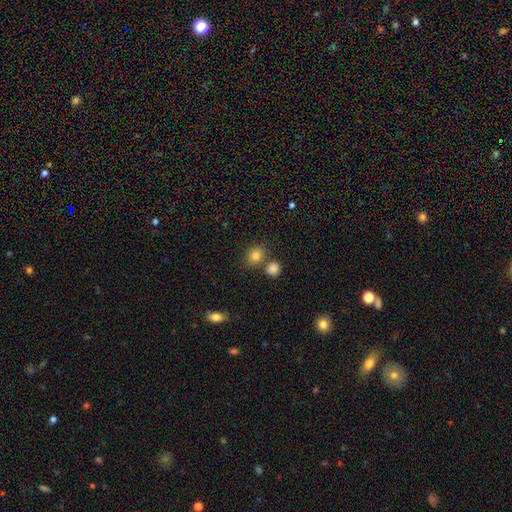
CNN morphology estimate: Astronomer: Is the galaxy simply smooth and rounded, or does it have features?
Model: smooth — 81%.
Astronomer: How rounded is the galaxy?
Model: round — 78%.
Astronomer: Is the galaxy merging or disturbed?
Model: none — 70%.